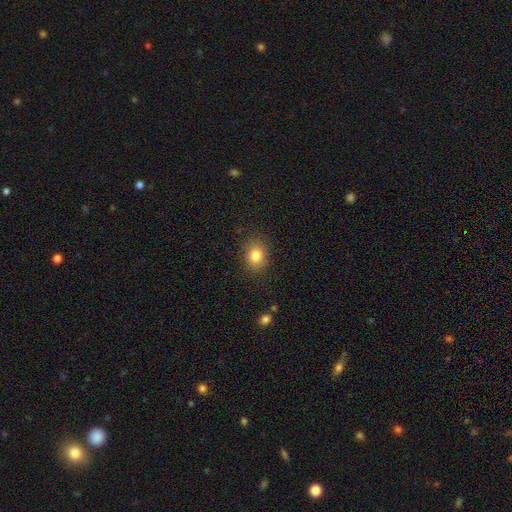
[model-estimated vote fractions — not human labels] This is clearly a smooth galaxy (82%). How rounded: possibly round (52%). Merging: clearly none (86%).